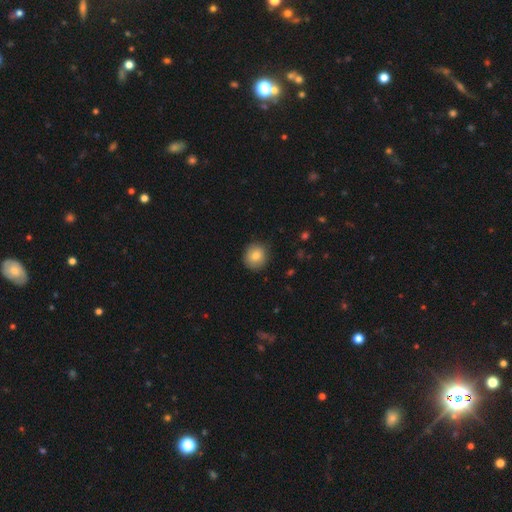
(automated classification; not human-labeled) Smooth or featured?
  - smooth: 84% *
  - star or artifact: 8%
  - featured or disk: 8%
How rounded?
  - round: 86% *
  - in between: 13%
  - cigar-shaped: 1%
Merging?
  - none: 87% *
  - minor disturbance: 10%
  - major disturbance: 2%
  - merger: 1%